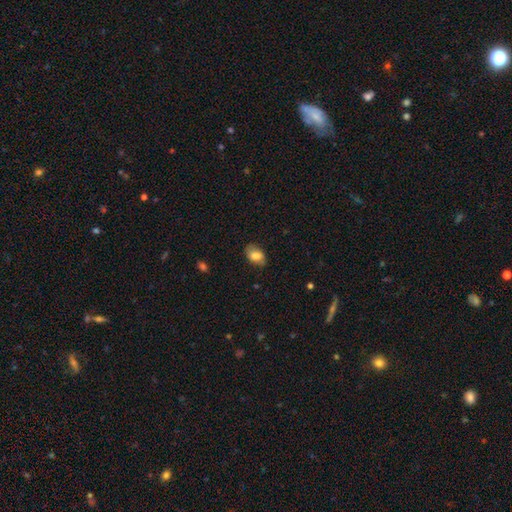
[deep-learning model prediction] Smooth or featured: smooth — 76% (featured or disk — 16%)
How rounded: in between — 87% (round — 12%)
Merging: none — 72% (minor disturbance — 21%)